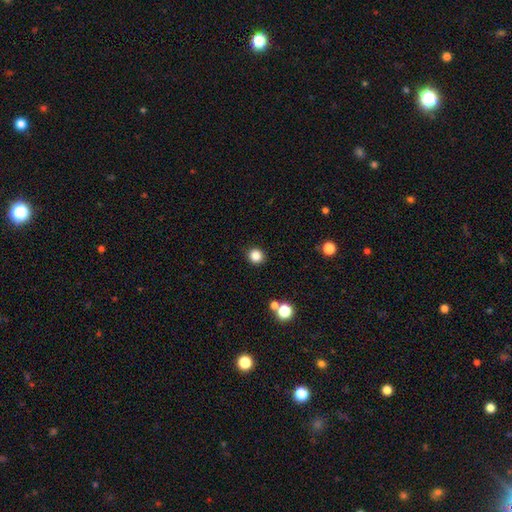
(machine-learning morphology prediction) This is clearly a smooth galaxy (85%). How rounded: clearly round (92%). Merging: clearly none (91%).